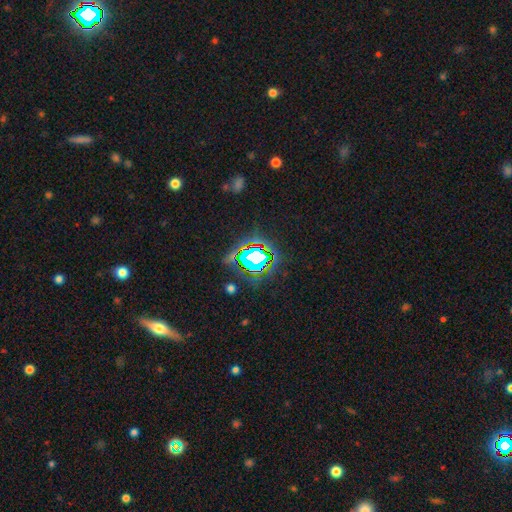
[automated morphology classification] Overall: star or artifact (69%).